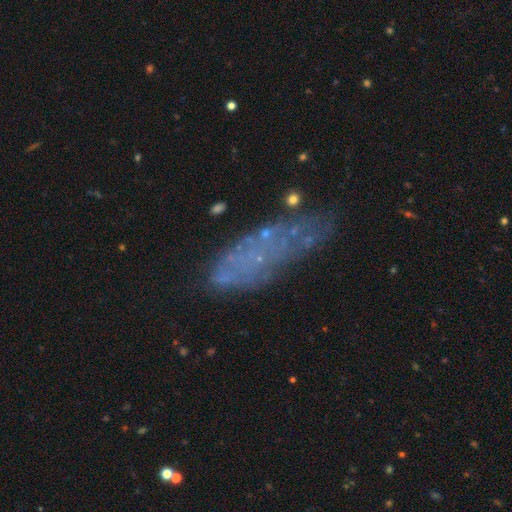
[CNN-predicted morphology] Smooth or featured?
  - featured or disk: 41% *
  - smooth: 39%
  - star or artifact: 20%
Merging?
  - none: 55% *
  - minor disturbance: 23%
  - major disturbance: 16%
  - merger: 6%